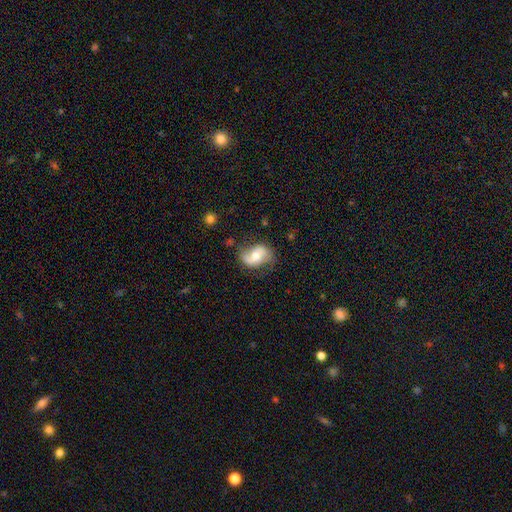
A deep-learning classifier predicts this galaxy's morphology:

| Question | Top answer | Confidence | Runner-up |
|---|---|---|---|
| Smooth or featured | featured or disk | 60% | smooth (33%) |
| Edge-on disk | no | 95% | yes (5%) |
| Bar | no | 47% | weak (33%) |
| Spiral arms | yes | 80% | no (20%) |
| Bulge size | moderate | 69% | small (21%) |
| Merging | none | 64% | minor disturbance (24%) |